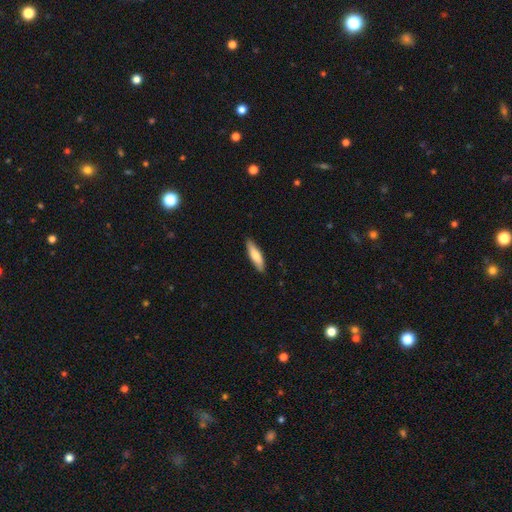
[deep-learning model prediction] smooth_or_featured: smooth (p=0.75) [alt: featured or disk p=0.19]
how_rounded: cigar-shaped (p=0.69) [alt: in between p=0.30]
merging: none (p=0.87) [alt: minor disturbance p=0.10]